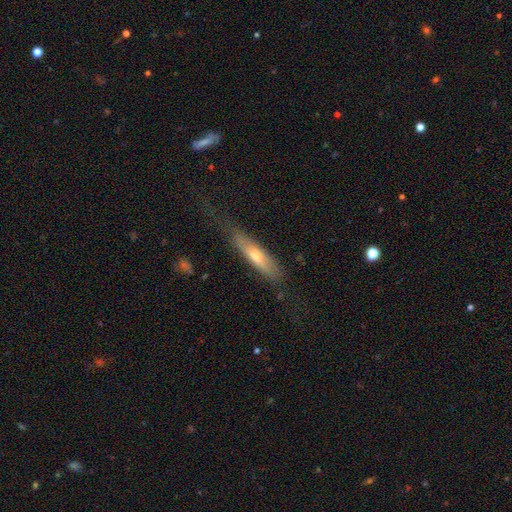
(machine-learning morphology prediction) featured or disk 47%, smooth 46%, star or artifact 7%. Down the decision tree: merging — none (57%).